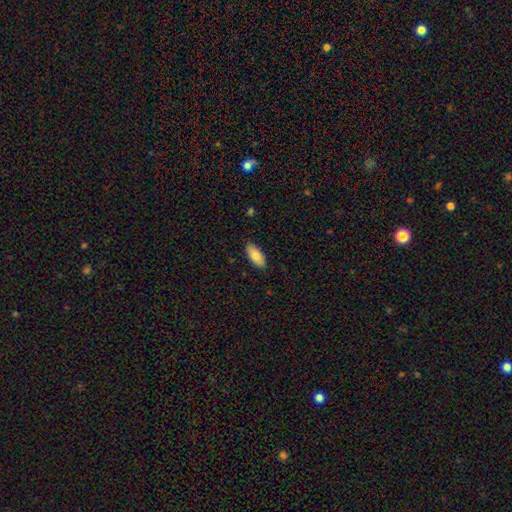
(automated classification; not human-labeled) Smooth or featured?
  - smooth: 85% *
  - featured or disk: 10%
  - star or artifact: 6%
How rounded?
  - in between: 89% *
  - cigar-shaped: 9%
  - round: 2%
Merging?
  - none: 88% *
  - minor disturbance: 9%
  - major disturbance: 2%
  - merger: 1%